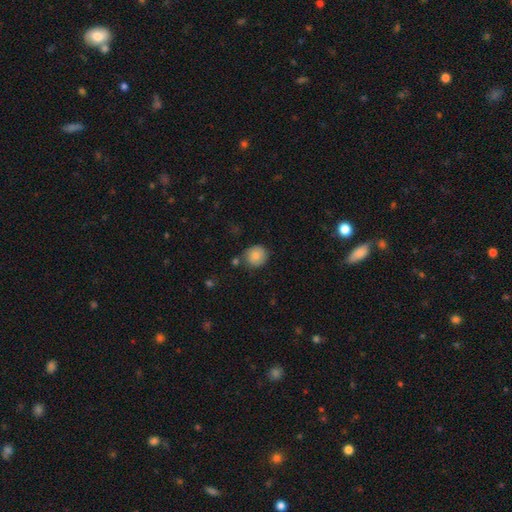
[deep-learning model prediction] Smooth or featured? Predicted: smooth (p=0.81). How rounded? Predicted: round (p=0.89). Merging? Predicted: none (p=0.77).